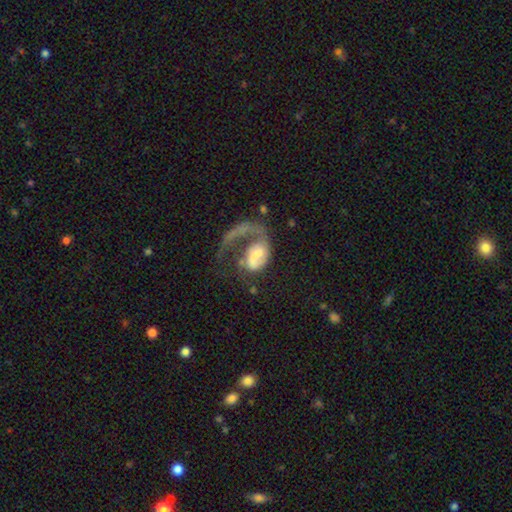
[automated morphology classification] smooth_or_featured: featured or disk (p=0.67) [alt: smooth p=0.25]
disk_edge_on: no (p=0.98) [alt: yes p=0.02]
bar: no (p=0.56) [alt: weak p=0.32]
has_spiral_arms: yes (p=0.77) [alt: no p=0.23]
spiral_winding: loose (p=0.64) [alt: medium p=0.25]
spiral_arm_count: 1 (p=0.85) [alt: 2 p=0.08]
bulge_size: moderate (p=0.27) [tied with: none p=0.27]
merging: major disturbance (p=0.63) [alt: none p=0.19]